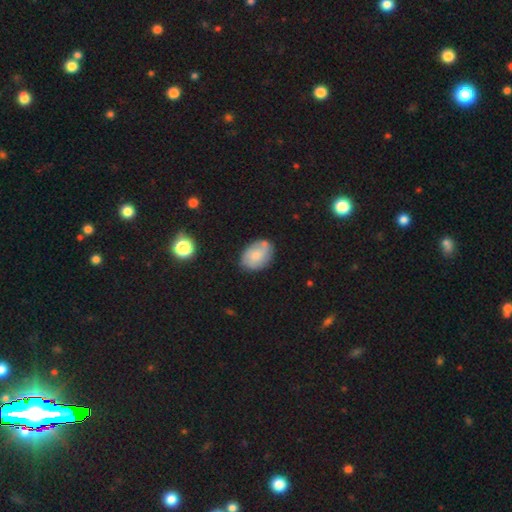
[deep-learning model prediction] smooth 64%, featured or disk 29%, star or artifact 8%. Down the decision tree: how rounded — in between (77%); merging — none (70%).